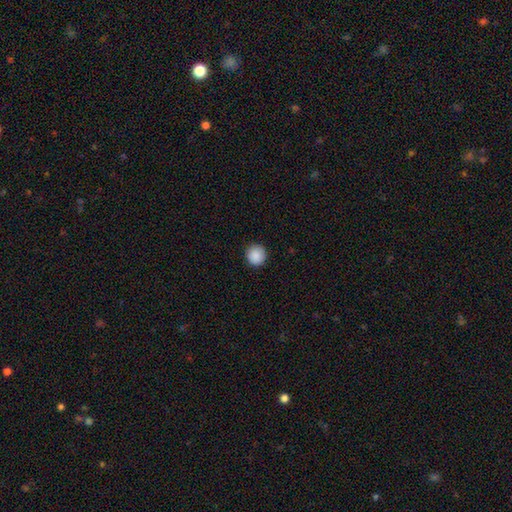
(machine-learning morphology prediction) smooth_or_featured: smooth (p=0.89) [alt: star or artifact p=0.08]
how_rounded: round (p=0.94) [alt: in between p=0.05]
merging: none (p=0.92) [alt: minor disturbance p=0.06]